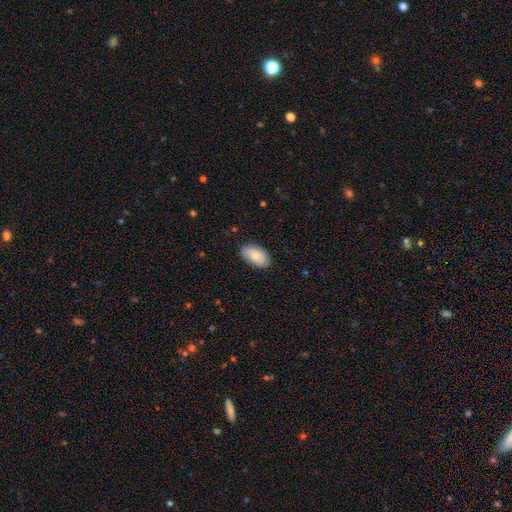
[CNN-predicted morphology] A smooth galaxy with no disk features (81%) that is in between round and cigar-shaped (94%). Merging: none (83%).